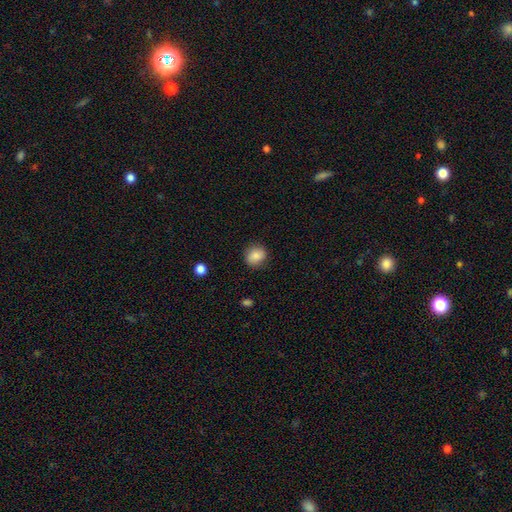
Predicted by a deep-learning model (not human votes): The model was most divided on "how rounded": round: 73%, in between: 26%, cigar-shaped: 1%. More confident: merging — none (85%); smooth or featured — smooth (84%).